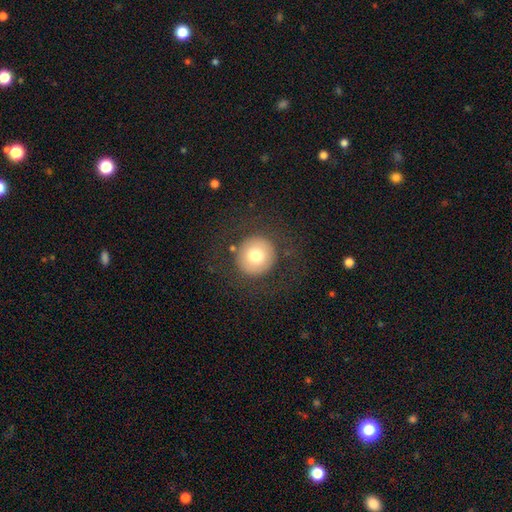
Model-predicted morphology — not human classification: A smooth galaxy with no disk features (72%) that is round (95%). Merging: none (83%).